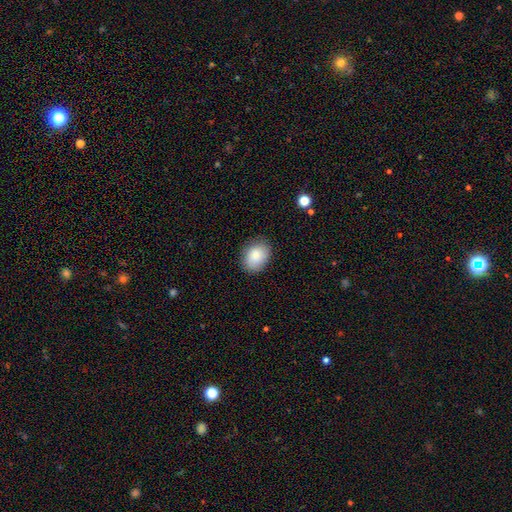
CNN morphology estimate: smooth 86%, star or artifact 7%, featured or disk 7%. Down the decision tree: how rounded — in between (67%); merging — none (84%).